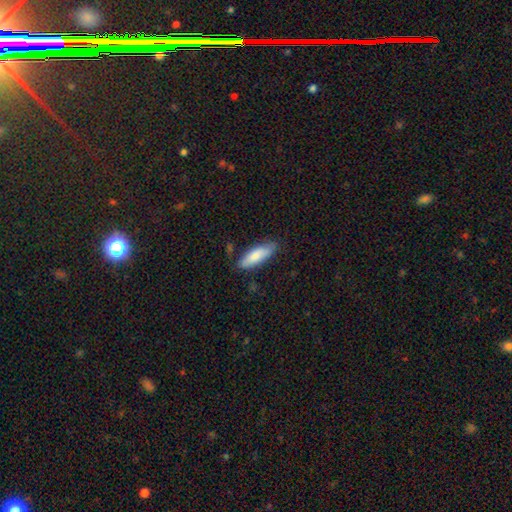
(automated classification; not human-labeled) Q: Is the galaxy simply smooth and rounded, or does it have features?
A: smooth — 79%.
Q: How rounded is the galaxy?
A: in between — 56%.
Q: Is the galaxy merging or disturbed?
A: none — 77%.